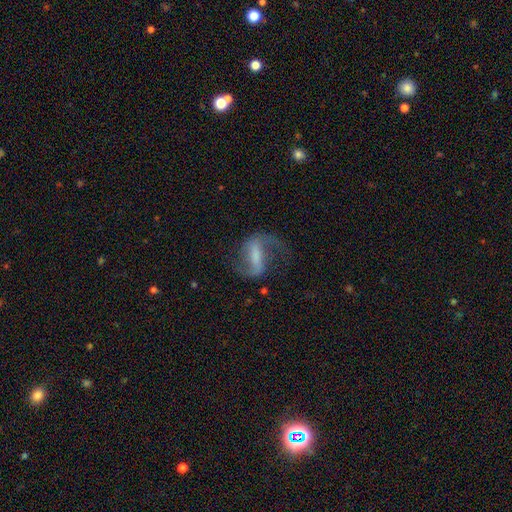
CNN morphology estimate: Q: Smooth or featured?
A: featured or disk (84%); runner-up: smooth (9%)
Q: Edge-on disk?
A: no (96%); runner-up: yes (4%)
Q: Bar?
A: strong (58%); runner-up: weak (32%)
Q: Spiral arms?
A: yes (95%); runner-up: no (5%)
Q: Spiral winding?
A: loose (59%); runner-up: medium (35%)
Q: Spiral arm count?
A: 2 (92%); runner-up: 1 (3%)
Q: Bulge size?
A: none (37%); runner-up: small (28%)
Q: Merging?
A: none (71%); runner-up: minor disturbance (14%)